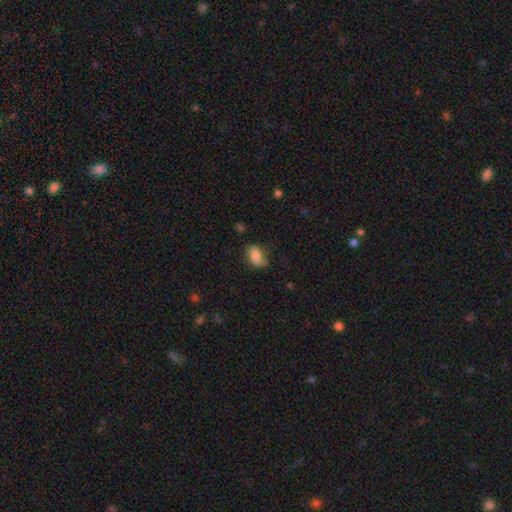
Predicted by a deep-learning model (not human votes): Smooth or featured? Predicted: smooth (p=0.73). How rounded? Predicted: in between (p=0.85). Merging? Predicted: none (p=0.55).